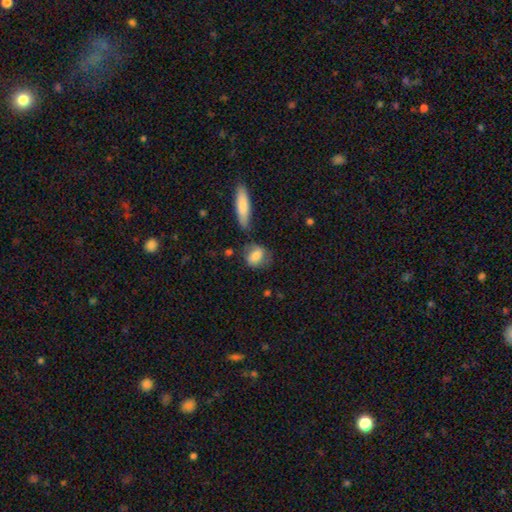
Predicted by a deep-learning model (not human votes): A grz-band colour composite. It shows a smooth galaxy with no disk features (72%) that is in between round and cigar-shaped (53%). Merging: none (60%).